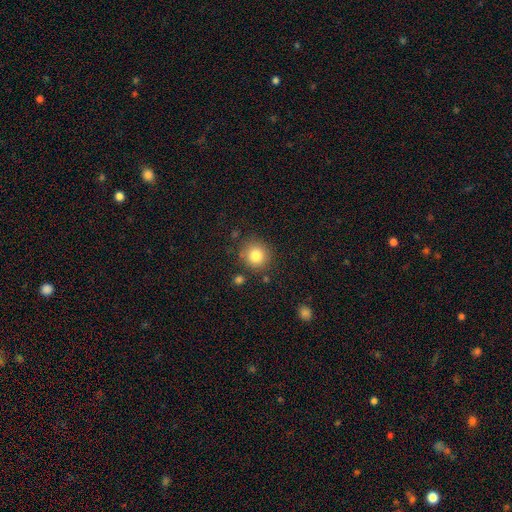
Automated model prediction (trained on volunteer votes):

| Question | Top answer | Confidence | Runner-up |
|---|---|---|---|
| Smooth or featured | smooth | 82% | star or artifact (10%) |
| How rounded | round | 90% | in between (9%) |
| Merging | none | 83% | minor disturbance (10%) |